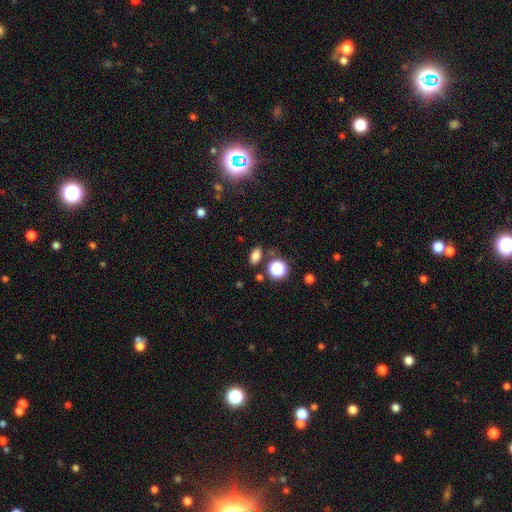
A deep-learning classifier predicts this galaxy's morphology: Q: Smooth or featured?
A: smooth (78%); runner-up: star or artifact (16%)
Q: How rounded?
A: in between (80%); runner-up: round (17%)
Q: Merging?
A: none (80%); runner-up: minor disturbance (11%)